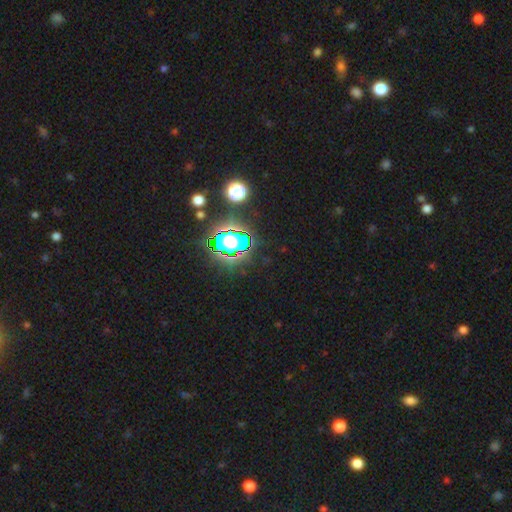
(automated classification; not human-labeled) Smooth or featured? Predicted: star or artifact (p=0.78).